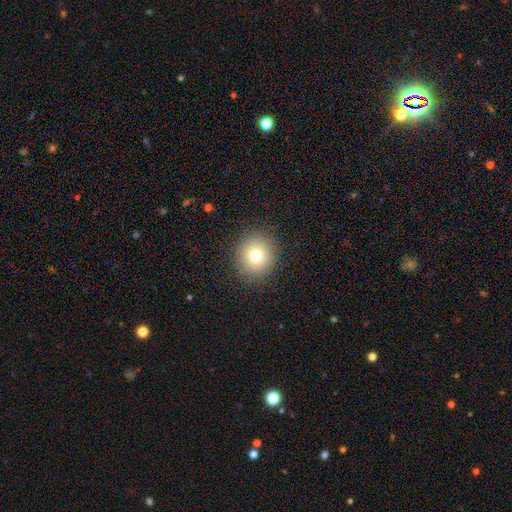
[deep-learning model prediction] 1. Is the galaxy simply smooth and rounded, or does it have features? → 76% smooth, 13% star or artifact, 10% featured or disk.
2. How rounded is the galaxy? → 86% round, 13% in between, 1% cigar-shaped.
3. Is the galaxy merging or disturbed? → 89% none, 7% minor disturbance, 3% major disturbance, 1% merger.